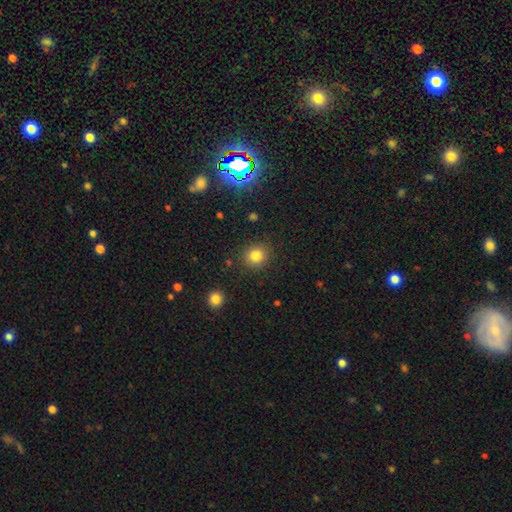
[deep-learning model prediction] This is clearly a smooth galaxy (82%). How rounded: clearly round (84%). Merging: clearly none (88%).